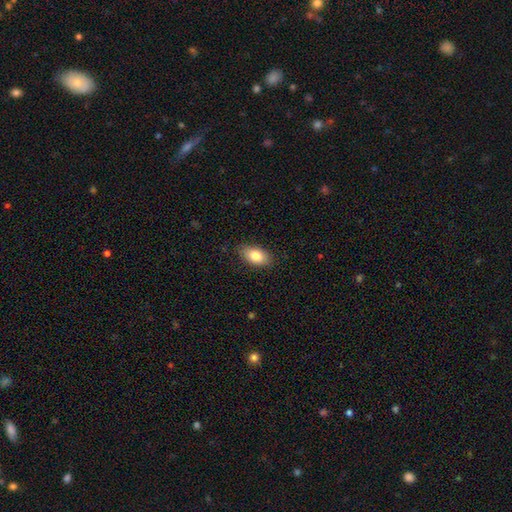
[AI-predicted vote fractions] Smooth or featured? Predicted: smooth (p=0.82). How rounded? Predicted: in between (p=0.93). Merging? Predicted: none (p=0.87).